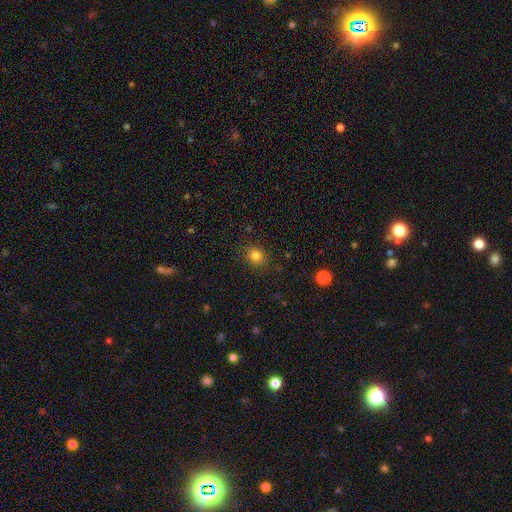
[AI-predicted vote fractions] Morphology: type=smooth (82%); roundness=round (73%); merging=none (88%).